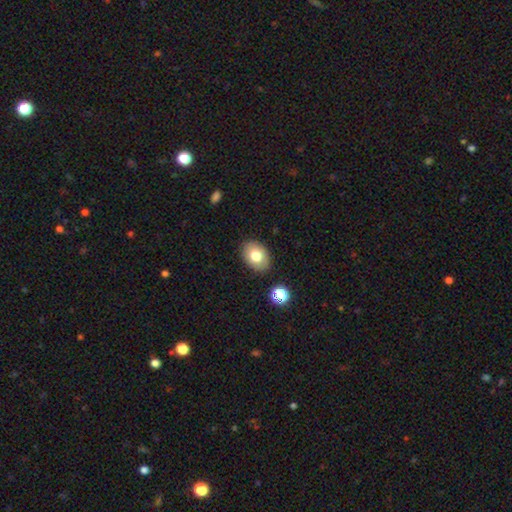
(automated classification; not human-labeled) smooth_or_featured: smooth (p=0.76) [alt: featured or disk p=0.14]
how_rounded: in between (p=0.72) [alt: round p=0.27]
merging: none (p=0.86) [alt: minor disturbance p=0.09]